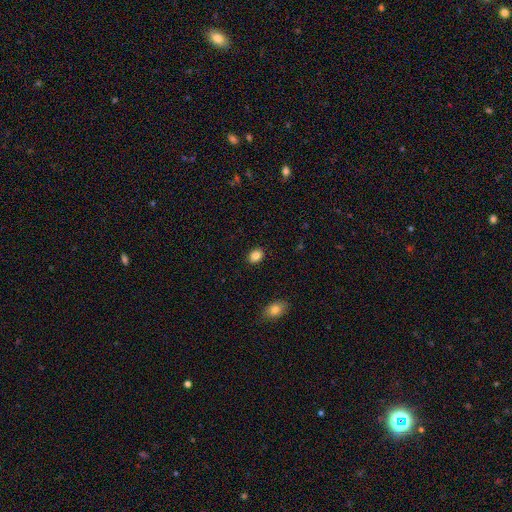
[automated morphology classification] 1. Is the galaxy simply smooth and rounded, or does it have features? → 86% smooth, 9% star or artifact, 5% featured or disk.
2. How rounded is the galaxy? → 67% in between, 32% round, 1% cigar-shaped.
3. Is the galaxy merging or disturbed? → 89% none, 8% minor disturbance, 2% major disturbance, 1% merger.